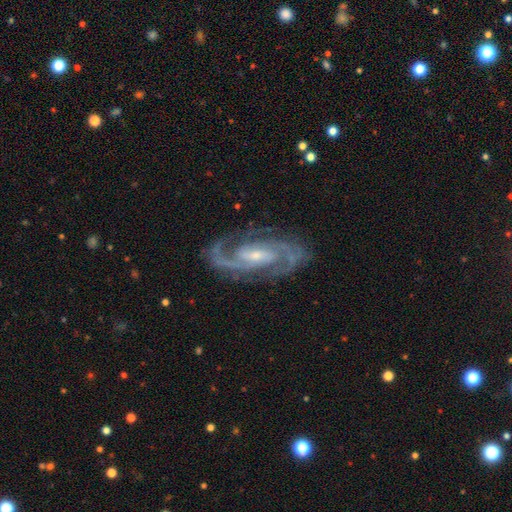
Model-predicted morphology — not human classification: Smooth or featured? featured or disk (93%)
Edge-on disk? no (96%)
Bar? weak (46%)
Spiral arms? yes (99%)
Spiral winding? medium (52%)
Spiral arm count? 2 (78%)
Bulge size? small (62%)
Merging? none (80%)